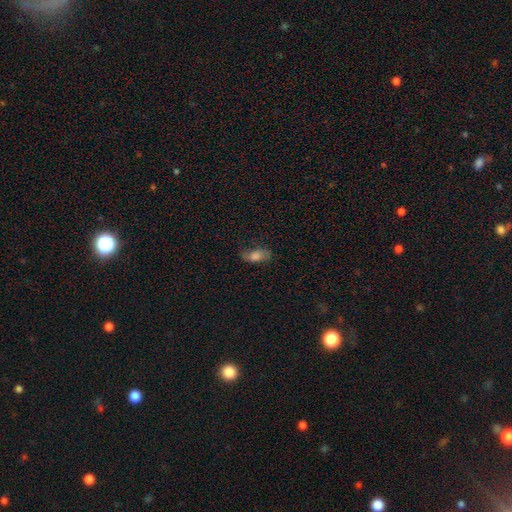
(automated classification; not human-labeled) Q: Smooth or featured?
A: smooth (66%); runner-up: featured or disk (22%)
Q: How rounded?
A: in between (85%); runner-up: cigar-shaped (8%)
Q: Merging?
A: none (67%); runner-up: minor disturbance (22%)